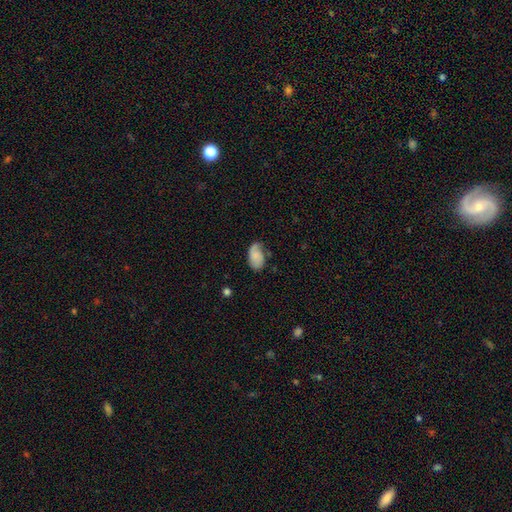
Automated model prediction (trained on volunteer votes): This appears to be a smooth galaxy with no disk features (67%) that is in between round and cigar-shaped (92%). Merging: none (53%).